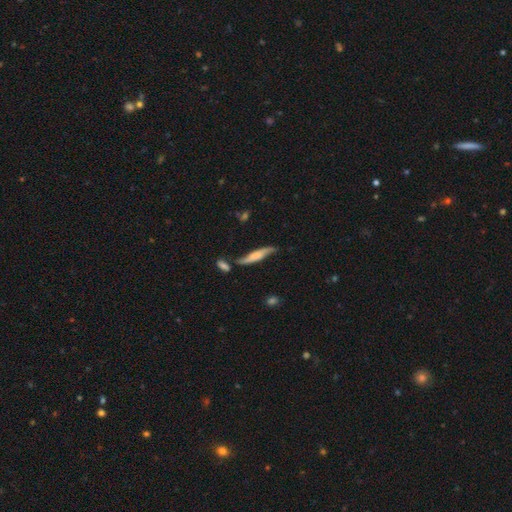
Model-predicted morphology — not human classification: smooth-or-featured: featured or disk: 50% | smooth: 43% | star or artifact: 7%
  disk-edge-on: yes: 61% | no: 39%
  merging: none: 57% | minor disturbance: 24% | merger: 11% | major disturbance: 8%